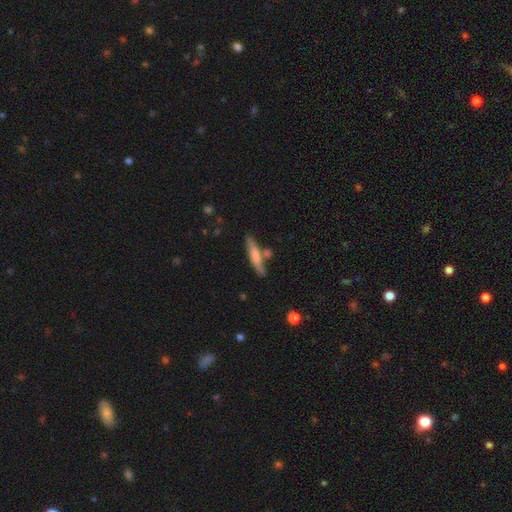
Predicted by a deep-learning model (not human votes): Smooth or featured? Predicted: smooth (p=0.59). How rounded? Predicted: cigar-shaped (p=0.86). Merging? Predicted: none (p=0.67).